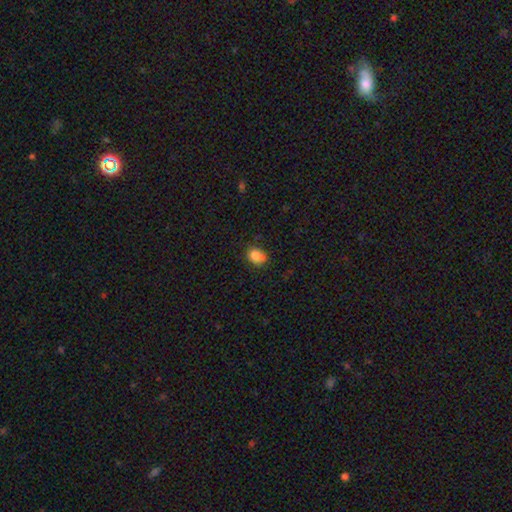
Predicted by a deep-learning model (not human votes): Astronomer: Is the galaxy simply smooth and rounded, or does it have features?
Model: smooth — 82%.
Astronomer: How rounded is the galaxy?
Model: round — 57% (runner-up: in between, 42%).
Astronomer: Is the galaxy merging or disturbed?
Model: none — 66%.